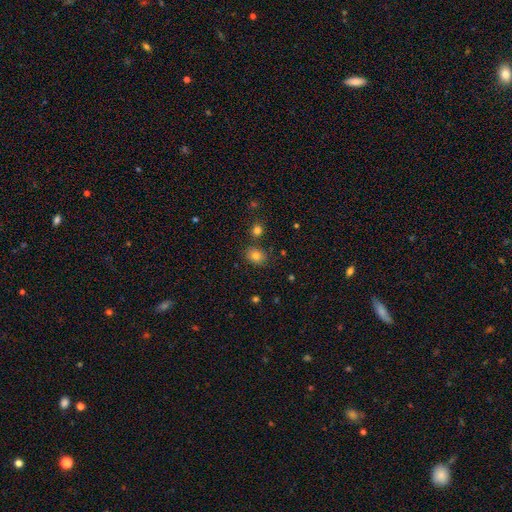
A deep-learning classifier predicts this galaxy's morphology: A smooth galaxy with no disk features (81%) that is round (59%).

Vote fractions:
- Smooth or featured? smooth: 81% / star or artifact: 12% / featured or disk: 7%
- How rounded? round: 59% / in between: 40% / cigar-shaped: 1%
- Merging? none: 80% / minor disturbance: 11% / merger: 7% / major disturbance: 3%